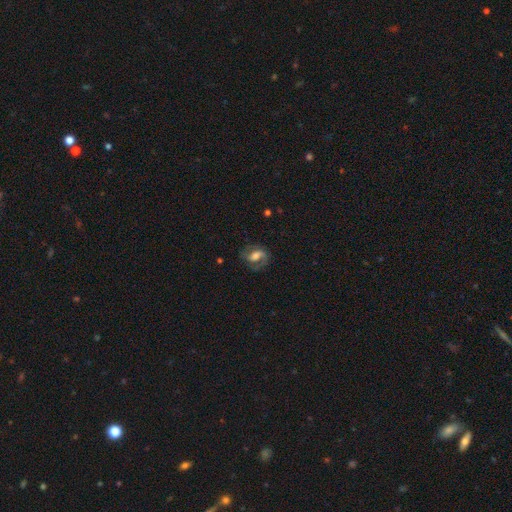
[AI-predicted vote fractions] Smooth or featured? featured or disk (69%)
Edge-on disk? no (96%)
Bar? weak (44%)
Spiral arms? yes (89%)
Spiral winding? medium (50%)
Spiral arm count? 2 (79%)
Bulge size? moderate (41%)
Merging? none (67%)